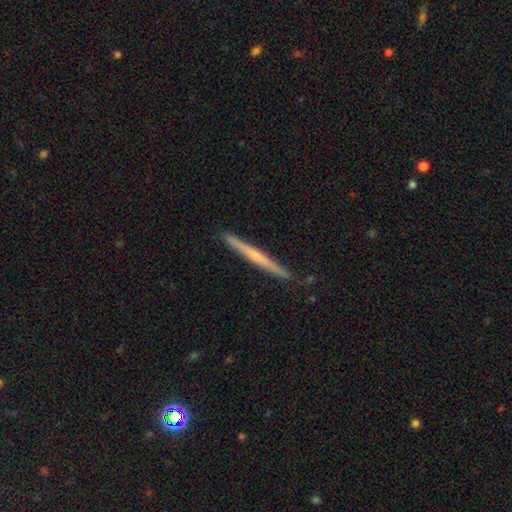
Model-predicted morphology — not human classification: Smooth or featured?
  - featured or disk: 57% *
  - smooth: 38%
  - star or artifact: 5%
Edge-on disk?
  - yes: 98% *
  - no: 2%
Edge-on bulge?
  - none: 58% *
  - rounded: 36%
  - boxy: 6%
Merging?
  - none: 90% *
  - minor disturbance: 7%
  - major disturbance: 1%
  - merger: 1%